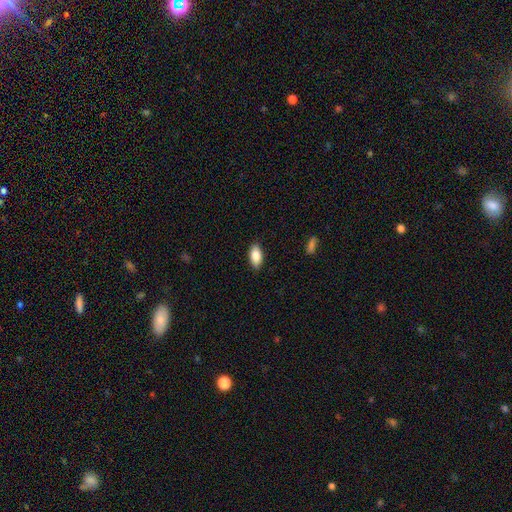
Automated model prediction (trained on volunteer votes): Smooth or featured?
  - smooth: 85% *
  - featured or disk: 8%
  - star or artifact: 7%
How rounded?
  - in between: 91% *
  - cigar-shaped: 6%
  - round: 3%
Merging?
  - none: 88% *
  - minor disturbance: 9%
  - major disturbance: 2%
  - merger: 1%